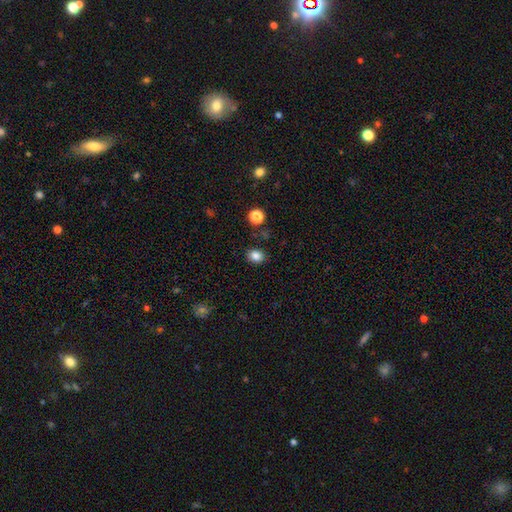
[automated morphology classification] This appears to be a smooth galaxy with no disk features (84%) that is round (53%). Merging: none (85%).